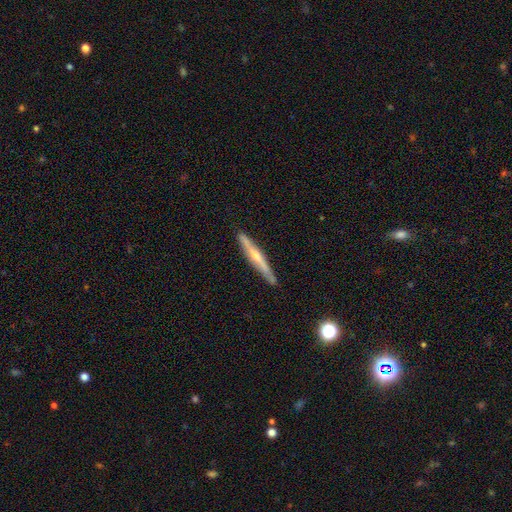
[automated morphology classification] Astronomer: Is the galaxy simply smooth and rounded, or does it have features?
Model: featured or disk — 65%.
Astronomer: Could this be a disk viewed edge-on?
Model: yes — 94%.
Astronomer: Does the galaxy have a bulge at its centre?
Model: rounded — 75%.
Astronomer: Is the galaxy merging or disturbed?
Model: none — 85%.